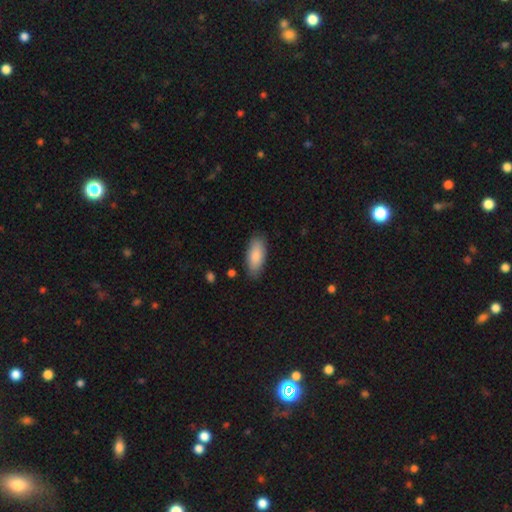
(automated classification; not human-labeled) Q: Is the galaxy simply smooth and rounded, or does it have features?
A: smooth — 86%.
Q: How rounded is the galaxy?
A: in between — 85%.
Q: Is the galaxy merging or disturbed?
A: none — 83%.